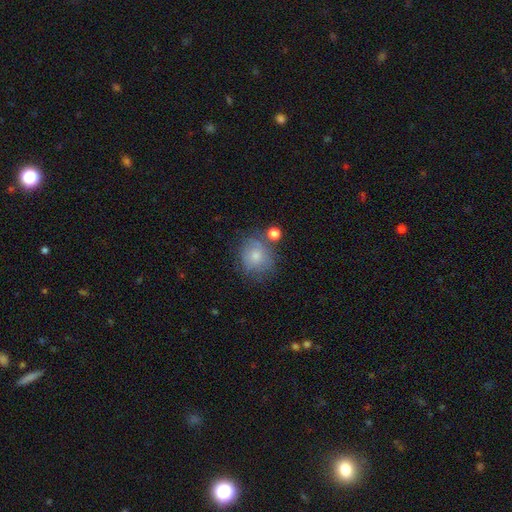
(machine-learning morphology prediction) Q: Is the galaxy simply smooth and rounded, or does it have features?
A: smooth — 70%.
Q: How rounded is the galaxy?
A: round — 76%.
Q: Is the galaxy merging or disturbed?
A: none — 56%.